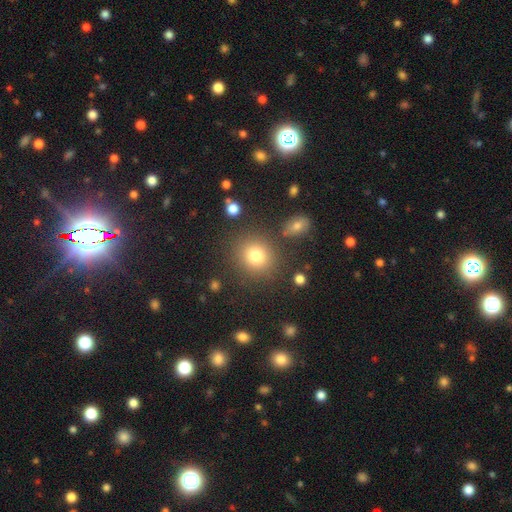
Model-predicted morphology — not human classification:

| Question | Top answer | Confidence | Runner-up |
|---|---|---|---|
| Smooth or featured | smooth | 77% | star or artifact (14%) |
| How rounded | round | 83% | in between (16%) |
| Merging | none | 82% | minor disturbance (9%) |